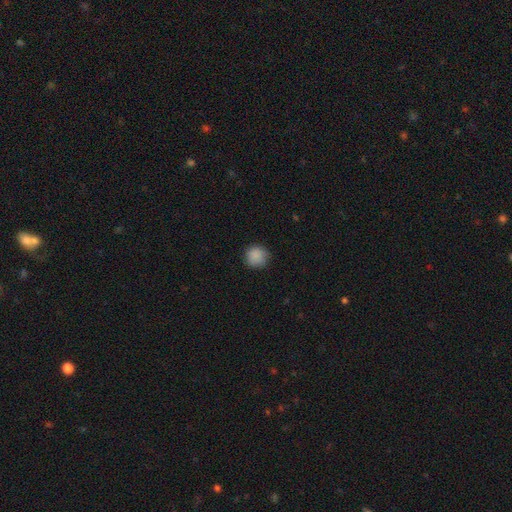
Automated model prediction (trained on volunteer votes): Overall: smooth (88%). How rounded: round (93%). Merging: none (86%).